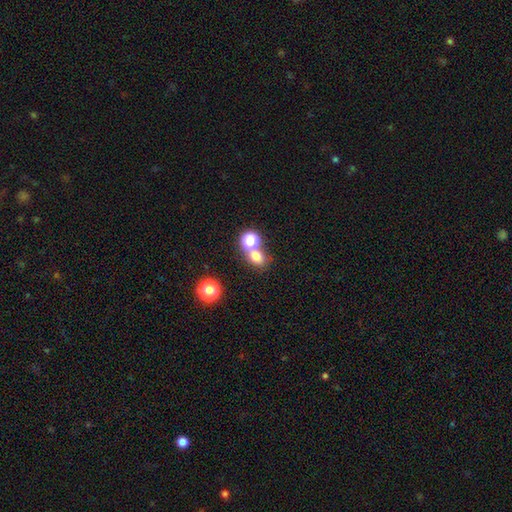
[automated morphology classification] Smooth or featured? Predicted: smooth (p=0.72). How rounded? Predicted: round (p=0.61). Merging? Predicted: none (p=0.50).